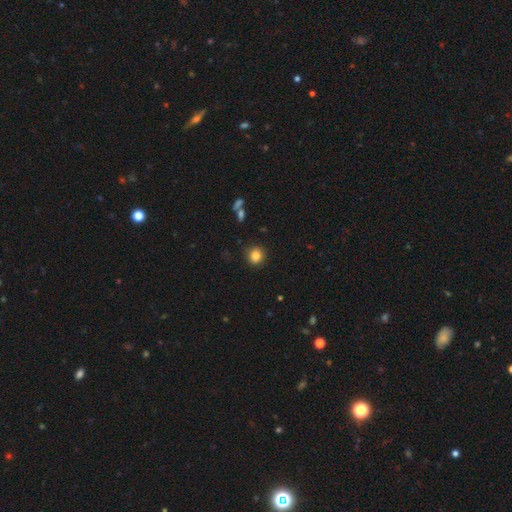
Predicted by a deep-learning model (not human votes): Smooth or featured: smooth — 85% (star or artifact — 10%)
How rounded: round — 86% (in between — 13%)
Merging: none — 88% (minor disturbance — 8%)